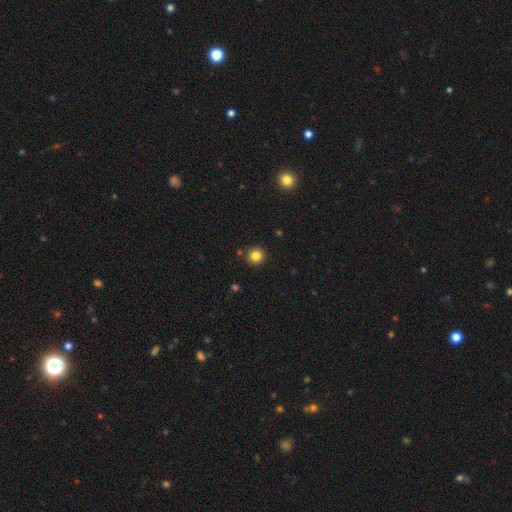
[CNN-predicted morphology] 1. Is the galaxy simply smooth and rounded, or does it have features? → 83% smooth, 12% star or artifact, 5% featured or disk.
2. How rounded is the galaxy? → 93% round, 6% in between, 1% cigar-shaped.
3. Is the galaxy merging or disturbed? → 90% none, 6% minor disturbance, 2% merger, 2% major disturbance.